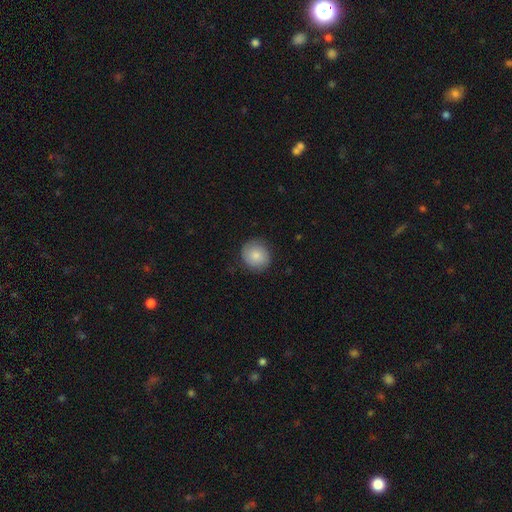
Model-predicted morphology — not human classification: Smooth or featured? Predicted: smooth (p=0.81). How rounded? Predicted: round (p=0.86). Merging? Predicted: none (p=0.85).